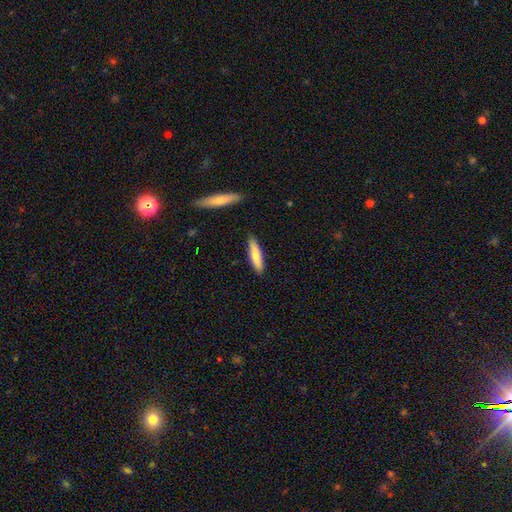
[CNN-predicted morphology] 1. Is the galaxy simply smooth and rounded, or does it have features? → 76% smooth, 19% featured or disk, 6% star or artifact.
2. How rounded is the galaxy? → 74% cigar-shaped, 24% in between, 1% round.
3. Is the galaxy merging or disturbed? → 86% none, 10% minor disturbance, 2% merger, 2% major disturbance.